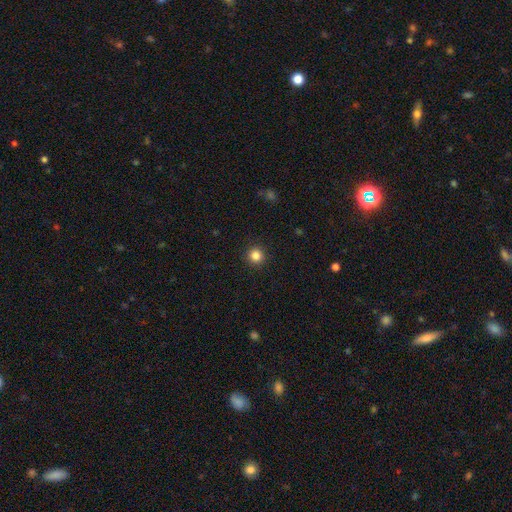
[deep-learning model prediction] Smooth or featured?
  - smooth: 84% *
  - star or artifact: 12%
  - featured or disk: 4%
How rounded?
  - round: 95% *
  - in between: 4%
  - cigar-shaped: 1%
Merging?
  - none: 93% *
  - minor disturbance: 5%
  - major disturbance: 2%
  - merger: 1%